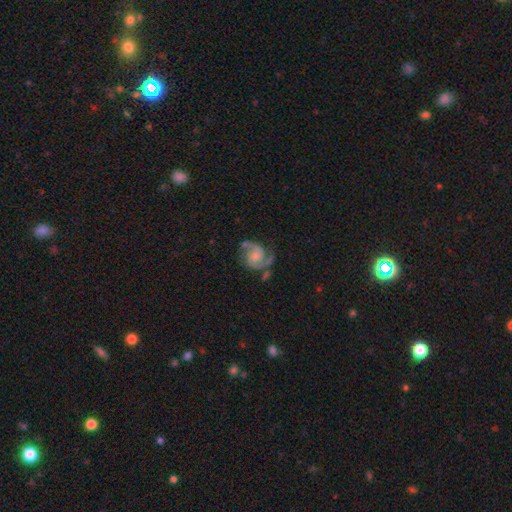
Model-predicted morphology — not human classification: Q: Smooth or featured?
A: featured or disk (88%); runner-up: smooth (7%)
Q: Edge-on disk?
A: no (98%); runner-up: yes (2%)
Q: Bar?
A: no (67%); runner-up: weak (27%)
Q: Spiral arms?
A: yes (97%); runner-up: no (3%)
Q: Spiral winding?
A: medium (55%); runner-up: tight (26%)
Q: Spiral arm count?
A: 2 (90%); runner-up: can't tell (3%)
Q: Bulge size?
A: small (46%); runner-up: moderate (26%)
Q: Merging?
A: none (64%); runner-up: minor disturbance (19%)